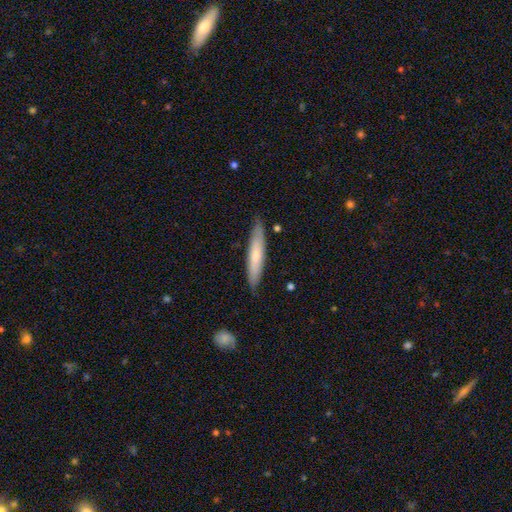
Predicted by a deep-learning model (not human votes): This is likely a smooth galaxy (65%). How rounded: clearly cigar-shaped (90%). Merging: clearly none (84%).